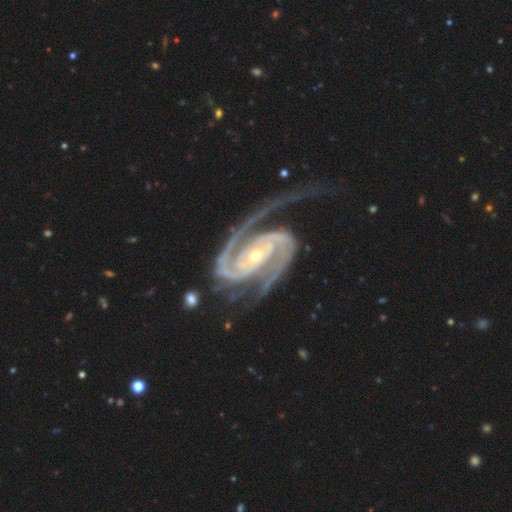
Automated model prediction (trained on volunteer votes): This appears to be a featured or disk galaxy (94%) with no bar (36%), 2 (84%) tight (47%) spiral arms (99%) and a small central bulge (57%). Merging: none (53%).